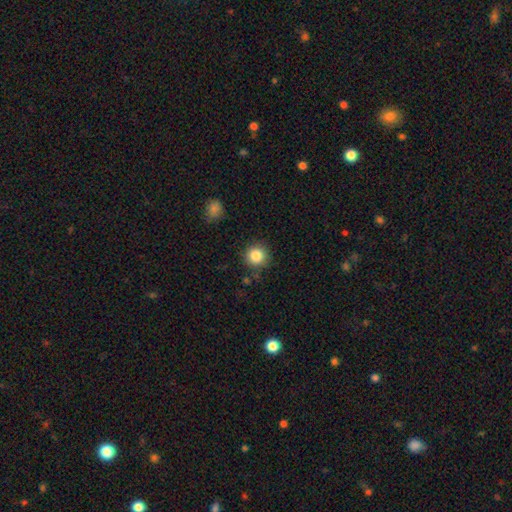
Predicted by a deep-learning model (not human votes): This is clearly a smooth galaxy (85%). How rounded: clearly round (94%). Merging: clearly none (87%).